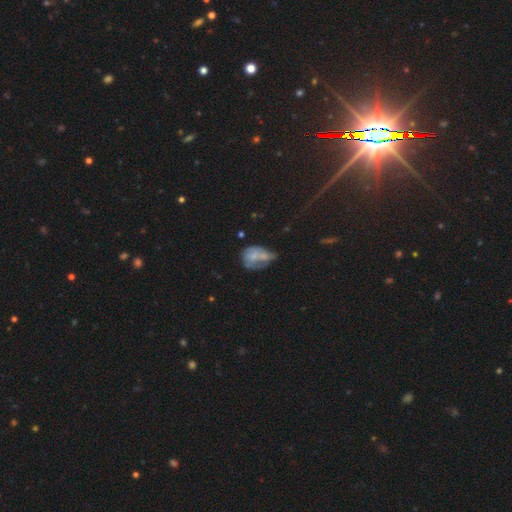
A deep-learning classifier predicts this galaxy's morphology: type=smooth (49%); merging=merger (28%).